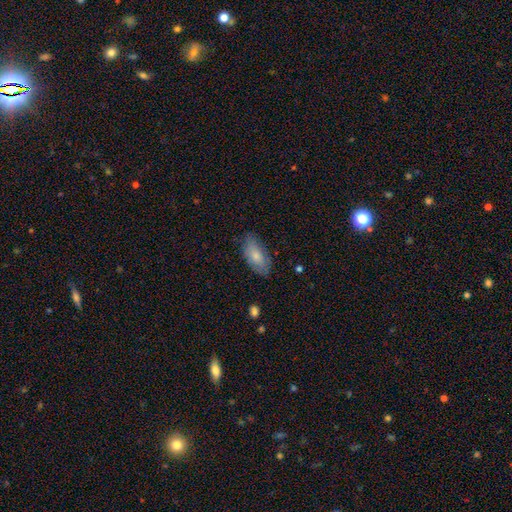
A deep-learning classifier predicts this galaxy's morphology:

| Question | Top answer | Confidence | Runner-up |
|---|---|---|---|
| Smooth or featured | smooth | 77% | featured or disk (17%) |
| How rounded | in between | 90% | cigar-shaped (8%) |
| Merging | none | 76% | minor disturbance (19%) |